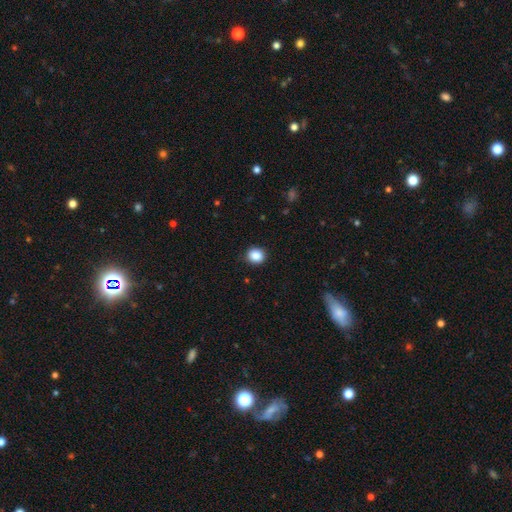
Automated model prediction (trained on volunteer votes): This appears to be a smooth galaxy with no disk features (87%) that is round (80%). Merging: none (91%).